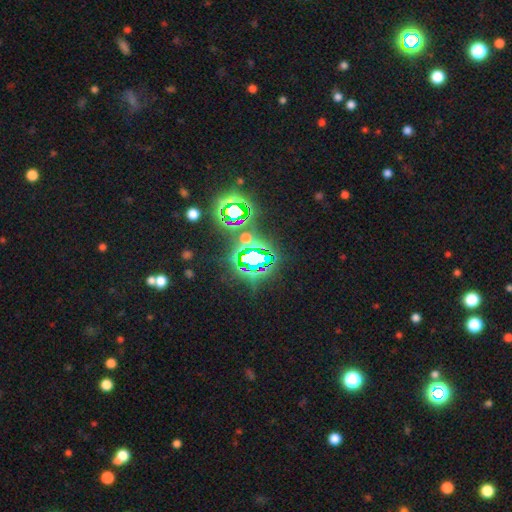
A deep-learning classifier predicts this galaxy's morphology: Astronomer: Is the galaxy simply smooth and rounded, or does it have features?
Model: star or artifact — 81%.